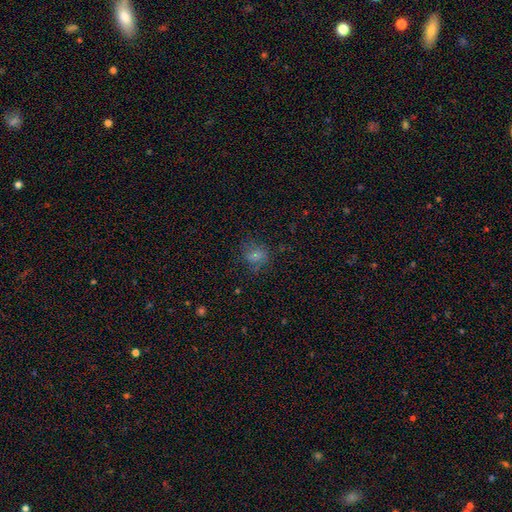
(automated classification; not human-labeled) Smooth or featured: smooth — 70% (star or artifact — 19%)
How rounded: round — 66% (in between — 33%)
Merging: none — 71% (minor disturbance — 18%)